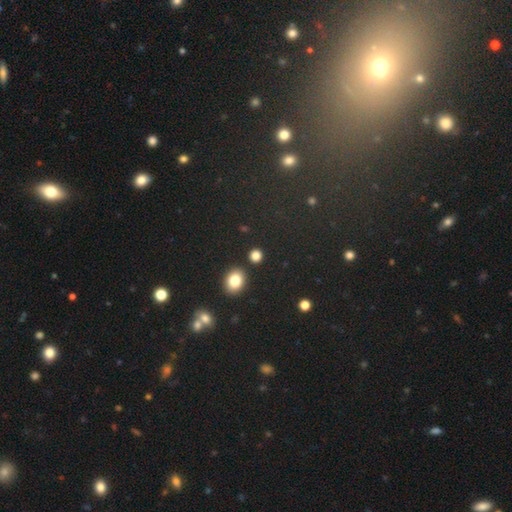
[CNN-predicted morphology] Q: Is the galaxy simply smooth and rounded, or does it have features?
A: smooth — 81%.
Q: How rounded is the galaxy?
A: round — 74%.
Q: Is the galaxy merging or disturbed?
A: none — 83%.